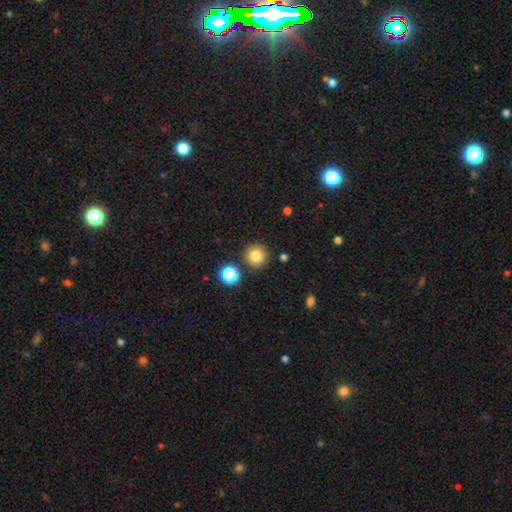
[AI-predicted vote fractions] A smooth galaxy with no disk features (81%) that is round (95%).

Vote fractions:
- Smooth or featured? smooth: 81% / star or artifact: 12% / featured or disk: 7%
- How rounded? round: 95% / in between: 4% / cigar-shaped: 1%
- Merging? none: 88% / minor disturbance: 6% / merger: 4% / major disturbance: 2%